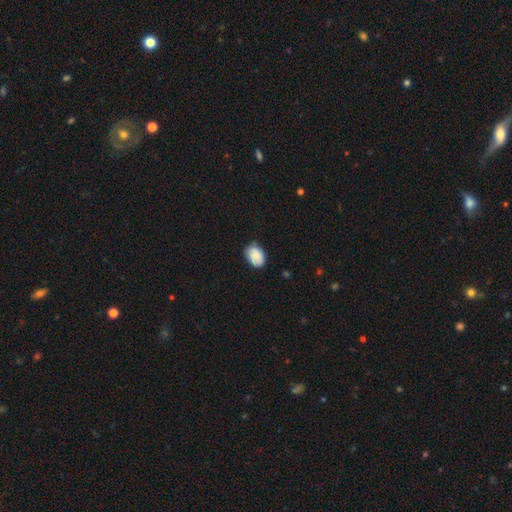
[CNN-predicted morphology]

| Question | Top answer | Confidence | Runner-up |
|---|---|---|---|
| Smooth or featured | smooth | 83% | featured or disk (10%) |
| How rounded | in between | 80% | round (19%) |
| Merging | none | 72% | minor disturbance (23%) |